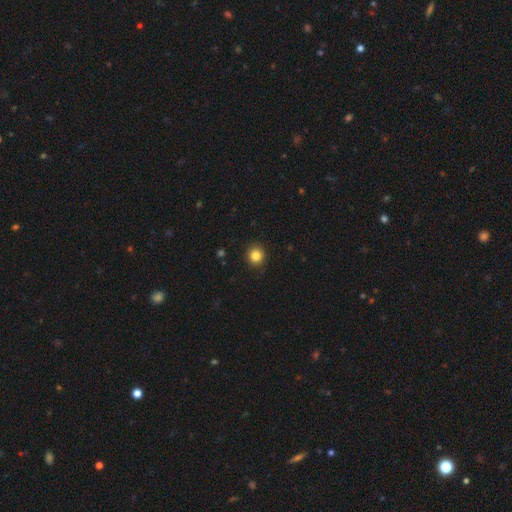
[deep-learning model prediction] smooth_or_featured: smooth (p=0.84) [alt: star or artifact p=0.11]
how_rounded: round (p=0.90) [alt: in between p=0.09]
merging: none (p=0.90) [alt: minor disturbance p=0.07]